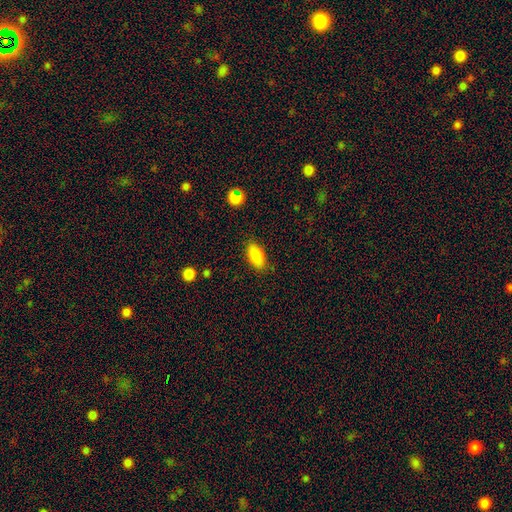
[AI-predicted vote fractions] Overall: smooth (84%). How rounded: in between (90%). Merging: none (83%).